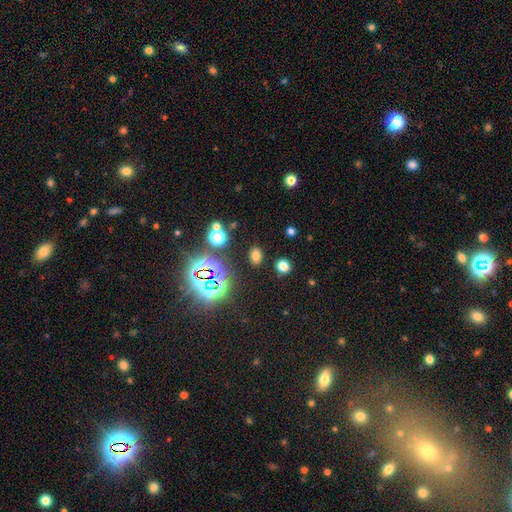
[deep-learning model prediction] Morphology: type=smooth (66%); roundness=in between (71%); merging=none (86%).